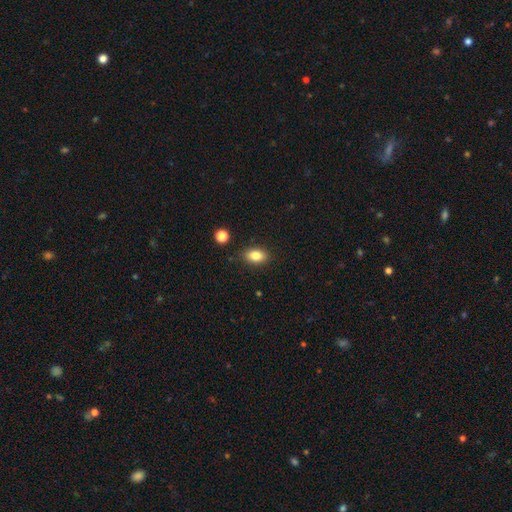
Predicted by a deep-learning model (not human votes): Q: Smooth or featured?
A: smooth (83%); runner-up: star or artifact (9%)
Q: How rounded?
A: in between (85%); runner-up: round (12%)
Q: Merging?
A: none (86%); runner-up: minor disturbance (10%)